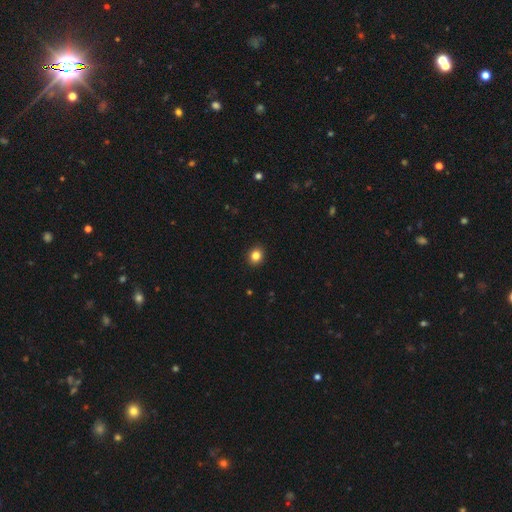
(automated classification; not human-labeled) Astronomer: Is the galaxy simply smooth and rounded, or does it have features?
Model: smooth — 83%.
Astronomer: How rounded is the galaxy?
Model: round — 76%.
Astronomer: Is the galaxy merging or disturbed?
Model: none — 93%.